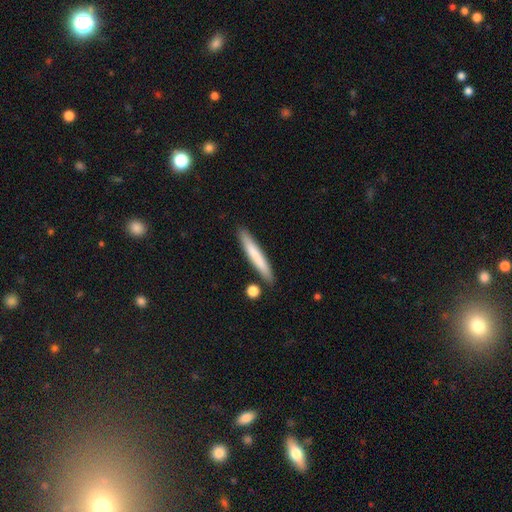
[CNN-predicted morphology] type=smooth (74%); roundness=cigar-shaped (95%); merging=none (86%).